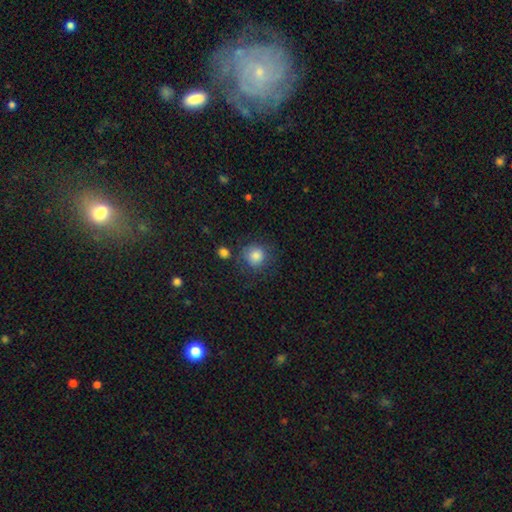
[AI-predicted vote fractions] Smooth or featured? smooth (83%)
How rounded? round (90%)
Merging? none (72%)